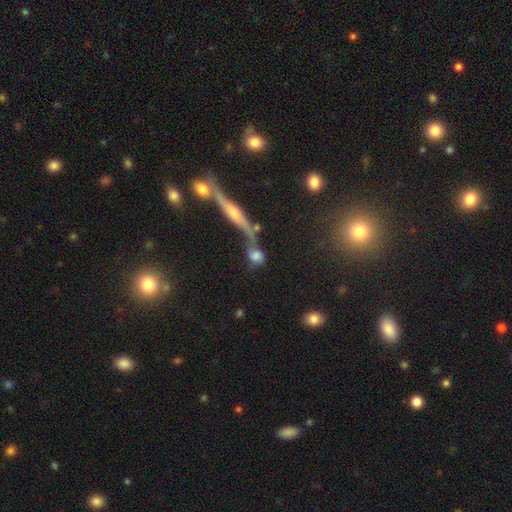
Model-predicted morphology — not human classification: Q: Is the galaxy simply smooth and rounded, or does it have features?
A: smooth — 68%.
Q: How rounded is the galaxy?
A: round — 51%.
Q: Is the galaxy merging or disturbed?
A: none — 39%.